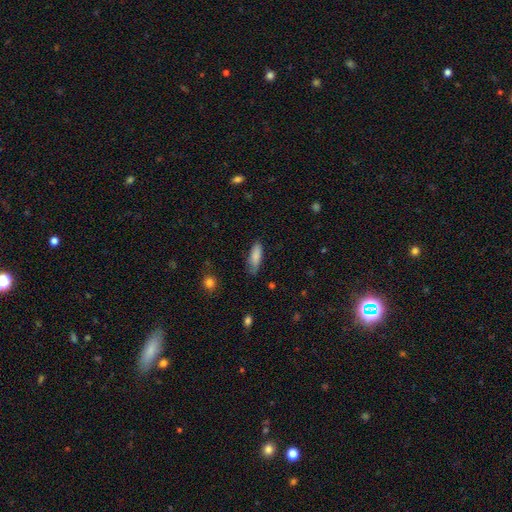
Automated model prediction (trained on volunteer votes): A smooth galaxy with no disk features (84%) that is in between round and cigar-shaped (59%).

Vote fractions:
- Smooth or featured? smooth: 84% / featured or disk: 9% / star or artifact: 7%
- How rounded? in between: 59% / cigar-shaped: 39% / round: 2%
- Merging? none: 71% / minor disturbance: 23% / major disturbance: 4% / merger: 2%